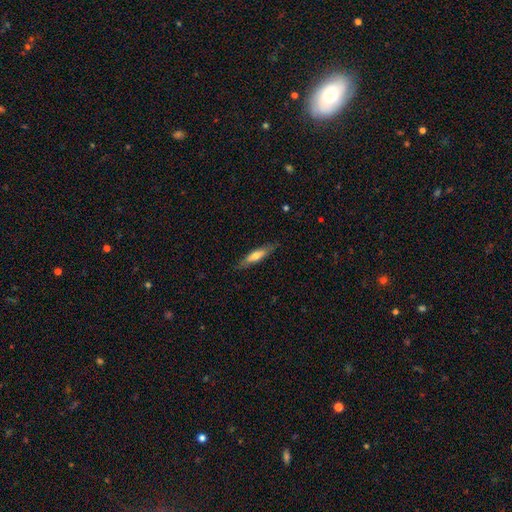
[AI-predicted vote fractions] smooth_or_featured: smooth (p=0.54) [alt: featured or disk p=0.40]
how_rounded: cigar-shaped (p=0.74) [alt: in between p=0.25]
merging: none (p=0.83) [alt: minor disturbance p=0.14]